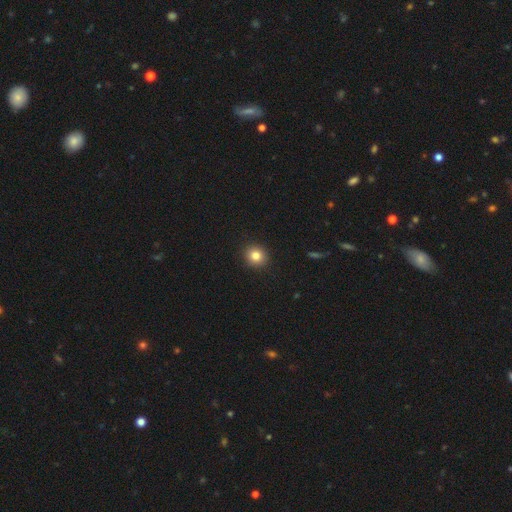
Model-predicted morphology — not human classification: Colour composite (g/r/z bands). It shows a smooth galaxy with no disk features (82%) that is round (86%). Merging: none (92%).